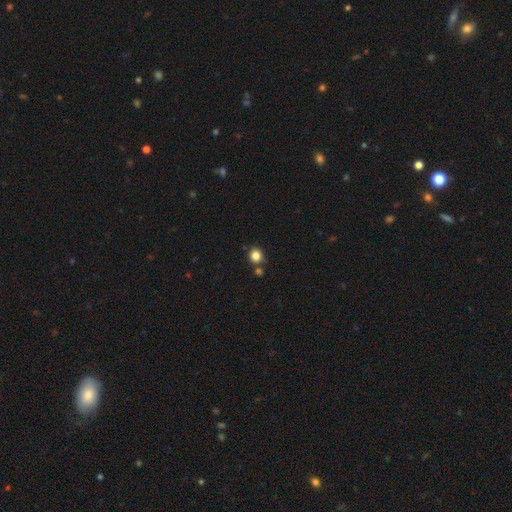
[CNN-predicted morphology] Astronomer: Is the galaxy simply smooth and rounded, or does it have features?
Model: smooth — 84%.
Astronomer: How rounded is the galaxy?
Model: round — 85%.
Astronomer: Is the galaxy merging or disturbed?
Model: none — 75%.